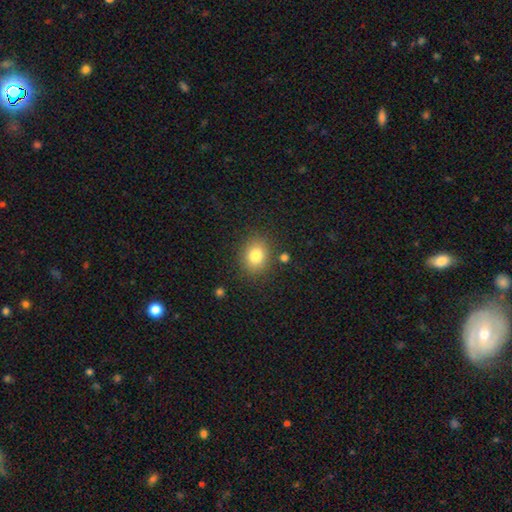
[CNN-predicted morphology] Q: Smooth or featured?
A: smooth (81%); runner-up: star or artifact (11%)
Q: How rounded?
A: round (61%); runner-up: in between (38%)
Q: Merging?
A: none (84%); runner-up: minor disturbance (10%)